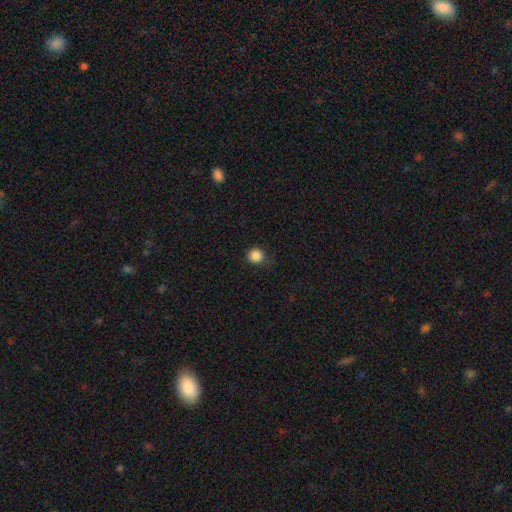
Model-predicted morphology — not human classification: This appears to be a smooth galaxy with no disk features (86%) that is round (90%). Merging: none (82%).